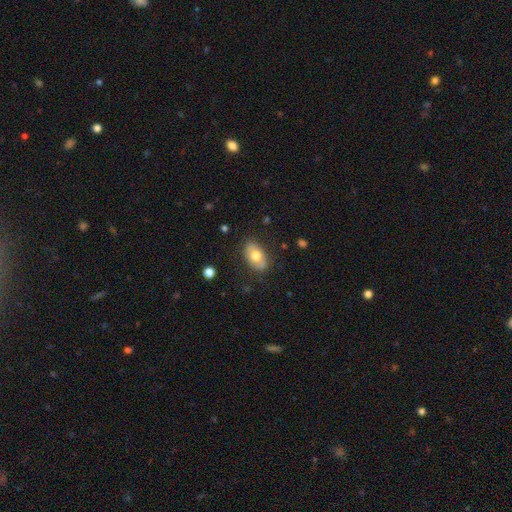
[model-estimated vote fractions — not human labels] Smooth or featured: smooth — 67% (featured or disk — 26%)
How rounded: in between — 89% (round — 9%)
Merging: none — 81% (minor disturbance — 14%)